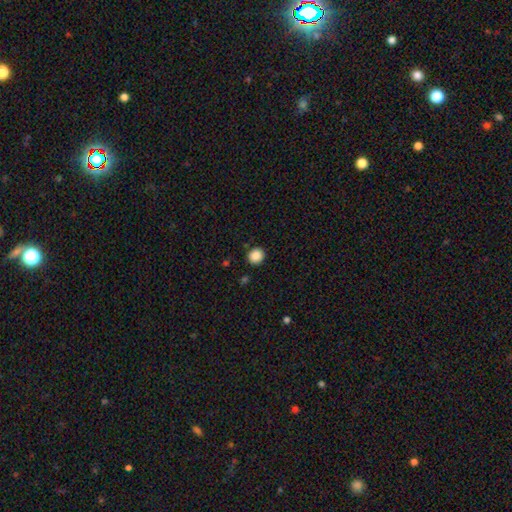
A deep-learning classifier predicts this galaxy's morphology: Overall: smooth (88%). How rounded: round (86%). Merging: none (90%).